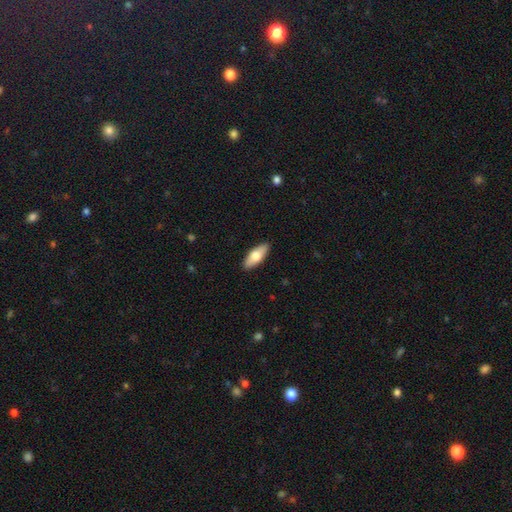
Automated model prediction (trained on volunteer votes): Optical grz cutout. It shows a smooth galaxy with no disk features (70%) that is in between round and cigar-shaped (73%). Merging: none (89%).